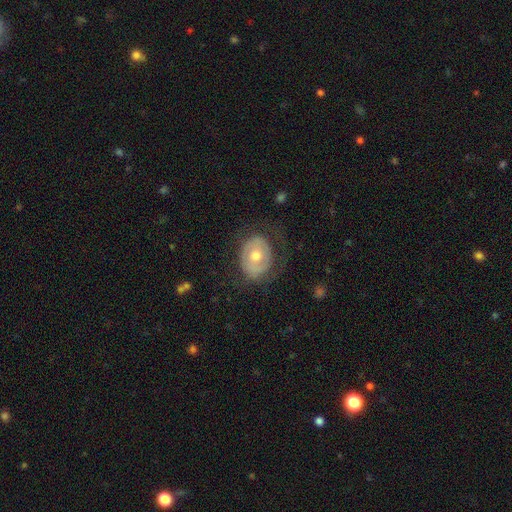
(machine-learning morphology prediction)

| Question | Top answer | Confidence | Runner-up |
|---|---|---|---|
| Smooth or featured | smooth | 47% | tied: featured or disk (47%) |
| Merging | none | 63% | minor disturbance (19%) |